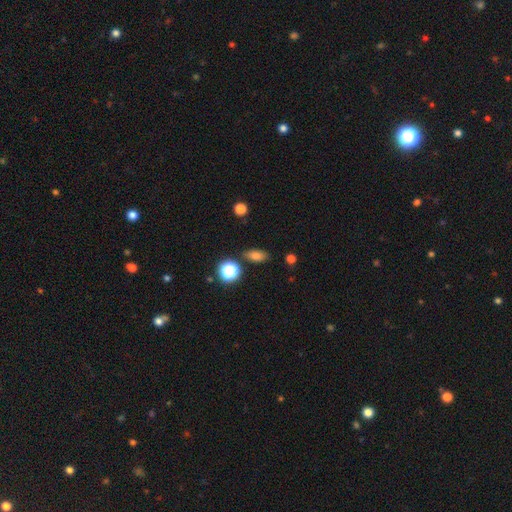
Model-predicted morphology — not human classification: Smooth or featured? Predicted: smooth (p=0.75). How rounded? Predicted: in between (p=0.80). Merging? Predicted: none (p=0.83).